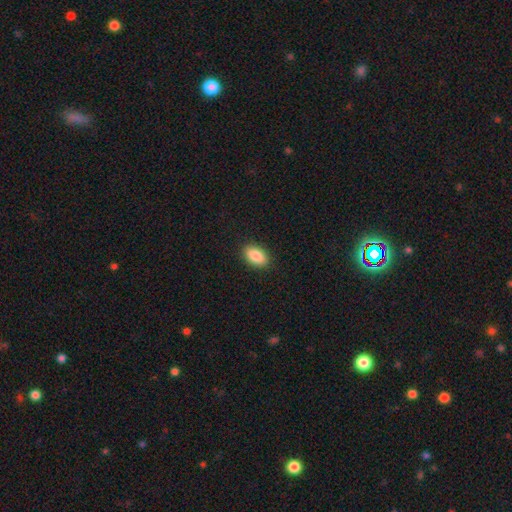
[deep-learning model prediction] smooth_or_featured: smooth (p=0.88) [alt: star or artifact p=0.07]
how_rounded: in between (p=0.92) [alt: round p=0.06]
merging: none (p=0.90) [alt: minor disturbance p=0.08]